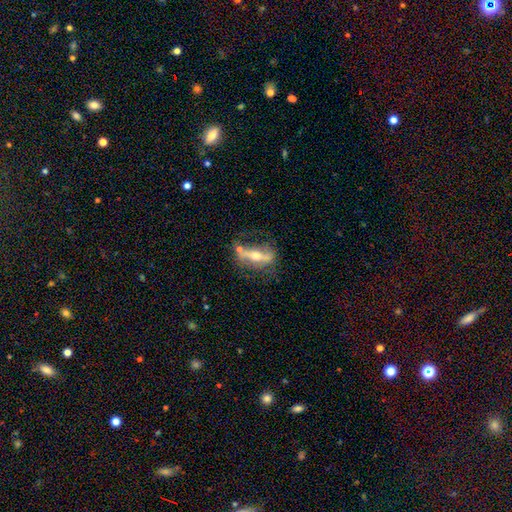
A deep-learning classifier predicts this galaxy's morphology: Smooth or featured: featured or disk — 74% (smooth — 19%)
Edge-on disk: no — 53% (yes — 47%)
Merging: none — 57% (minor disturbance — 21%)